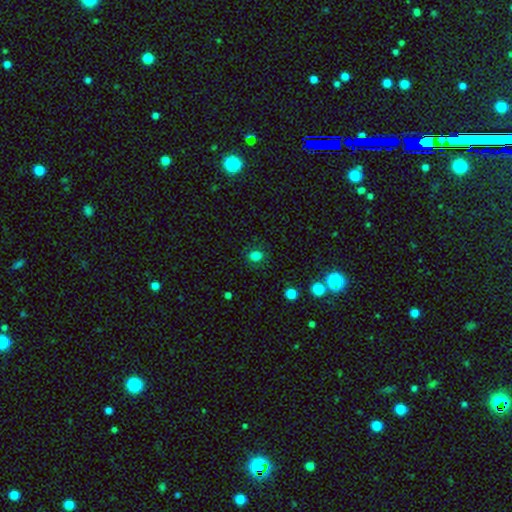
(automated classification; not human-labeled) smooth-or-featured: smooth: 81% | star or artifact: 14% | featured or disk: 5%
  how-rounded: round: 55% | in between: 44% | cigar-shaped: 1%
  merging: none: 86% | minor disturbance: 9% | major disturbance: 3% | merger: 1%